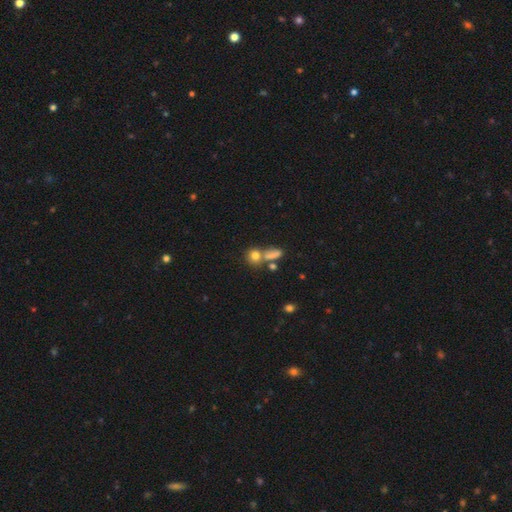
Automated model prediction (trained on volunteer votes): Smooth or featured? Predicted: smooth (p=0.76). How rounded? Predicted: round (p=0.77). Merging? Predicted: none (p=0.51).